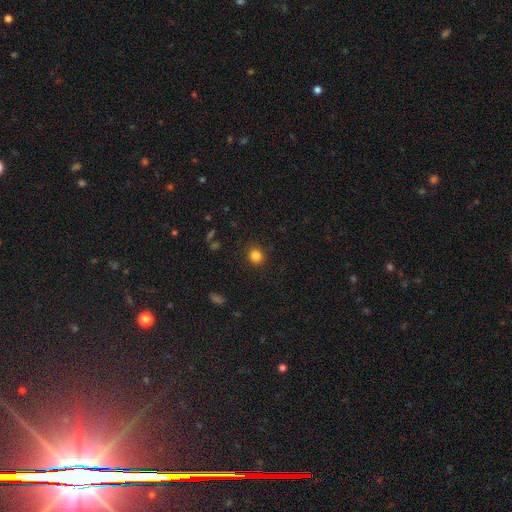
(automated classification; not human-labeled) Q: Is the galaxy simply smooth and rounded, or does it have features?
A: smooth — 83%.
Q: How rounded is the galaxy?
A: round — 86%.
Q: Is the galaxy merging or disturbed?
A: none — 89%.